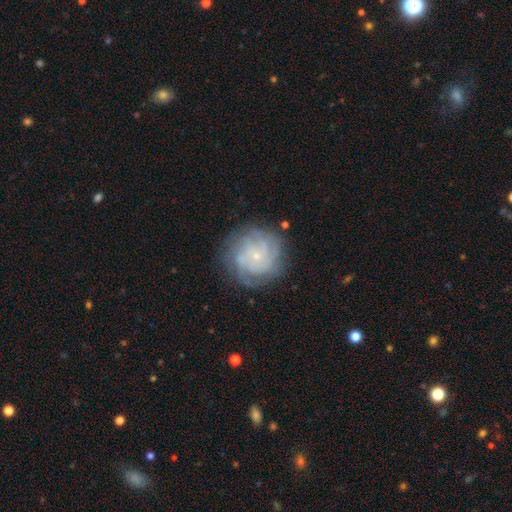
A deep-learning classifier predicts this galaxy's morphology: This appears to be a featured or disk galaxy (72%) with no bar (80%), tight (70%) spiral arms (91%) and a small central bulge (82%). Merging: none (79%).